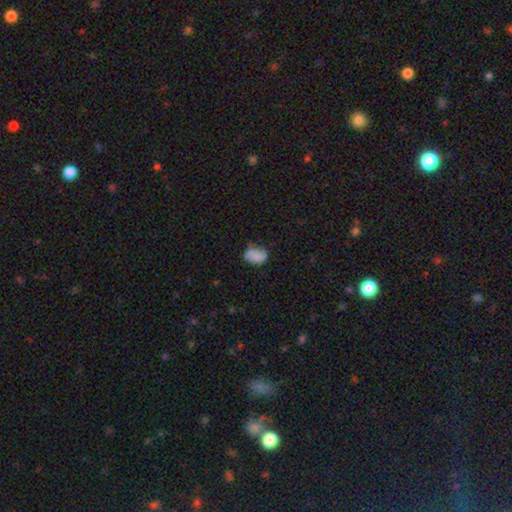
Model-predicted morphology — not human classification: This is likely a smooth galaxy (65%). How rounded: likely in between (79%). Merging: likely none (61%).